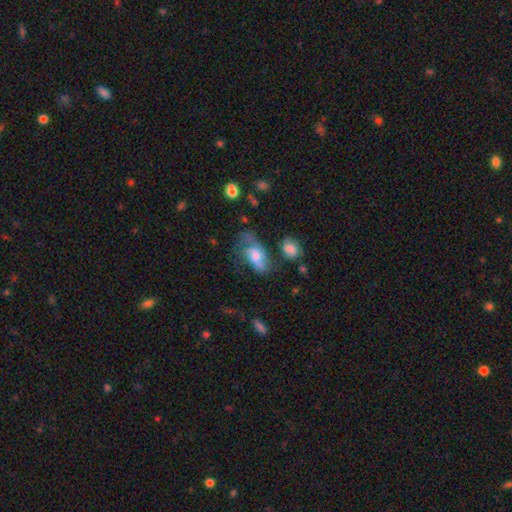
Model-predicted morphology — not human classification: Q: Smooth or featured?
A: featured or disk (51%); runner-up: smooth (39%)
Q: Edge-on disk?
A: no (93%); runner-up: yes (7%)
Q: Merging?
A: major disturbance (35%); runner-up: none (32%)